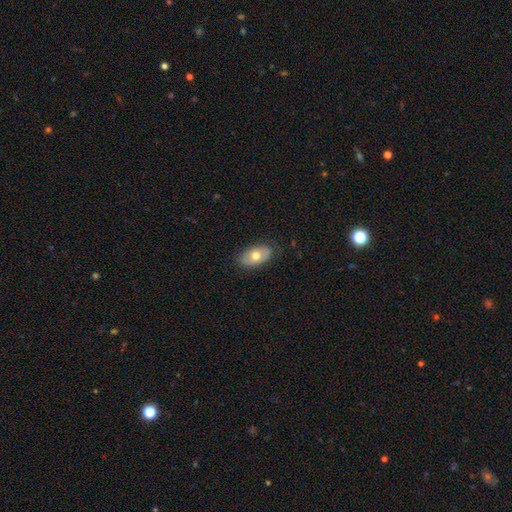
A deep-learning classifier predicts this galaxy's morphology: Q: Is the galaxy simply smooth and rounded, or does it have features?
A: smooth — 64%.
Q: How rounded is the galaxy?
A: in between — 91%.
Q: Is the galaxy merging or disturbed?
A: none — 80%.